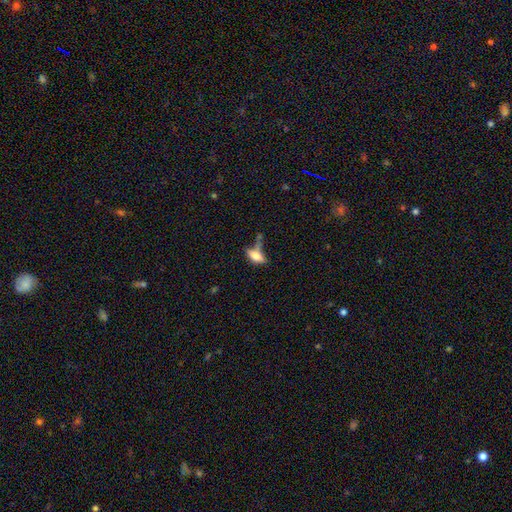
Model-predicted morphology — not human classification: Smooth or featured? smooth (65%)
How rounded? in between (73%)
Merging? none (40%)